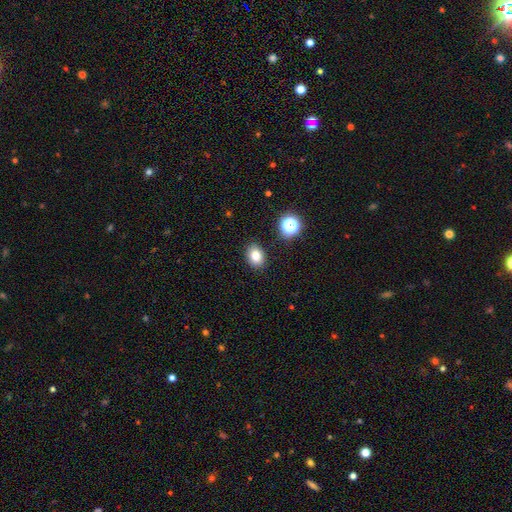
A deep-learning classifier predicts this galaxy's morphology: A smooth galaxy with no disk features (81%) that is in between round and cigar-shaped (62%).

Vote fractions:
- Smooth or featured? smooth: 81% / star or artifact: 12% / featured or disk: 7%
- How rounded? in between: 62% / round: 37% / cigar-shaped: 1%
- Merging? none: 86% / minor disturbance: 9% / major disturbance: 2% / merger: 2%